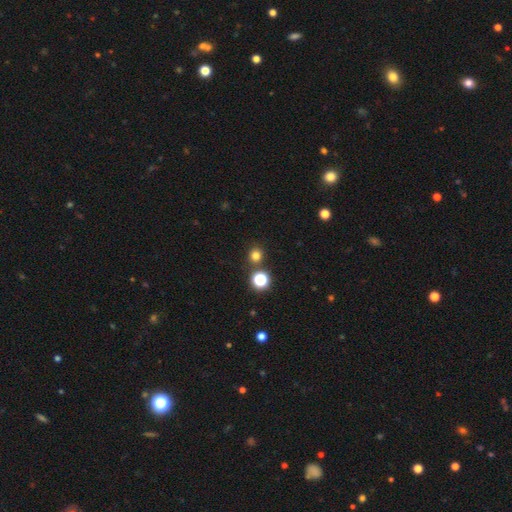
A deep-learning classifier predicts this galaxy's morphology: smooth 75%, star or artifact 19%, featured or disk 5%. Down the decision tree: how rounded — round (90%); merging — none (83%).